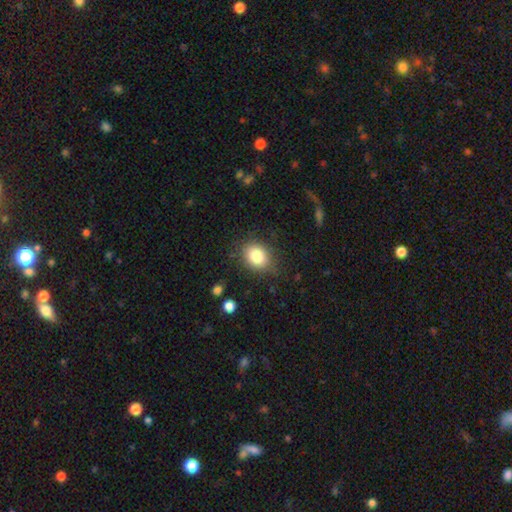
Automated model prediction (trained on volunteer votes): A smooth galaxy with no disk features (82%) that is in between round and cigar-shaped (51%).

Vote fractions:
- Smooth or featured? smooth: 82% / star or artifact: 9% / featured or disk: 8%
- How rounded? in between: 51% / round: 48% / cigar-shaped: 1%
- Merging? none: 78% / minor disturbance: 16% / major disturbance: 5% / merger: 2%